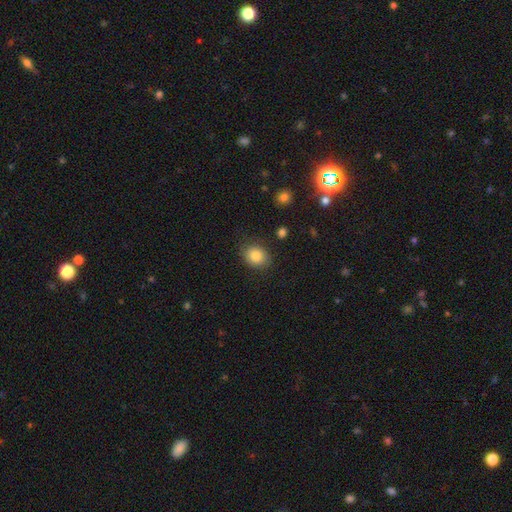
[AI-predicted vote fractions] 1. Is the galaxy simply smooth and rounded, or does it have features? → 83% smooth, 9% star or artifact, 8% featured or disk.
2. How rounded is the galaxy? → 58% round, 42% in between, 1% cigar-shaped.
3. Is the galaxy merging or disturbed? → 82% none, 13% minor disturbance, 4% major disturbance, 2% merger.